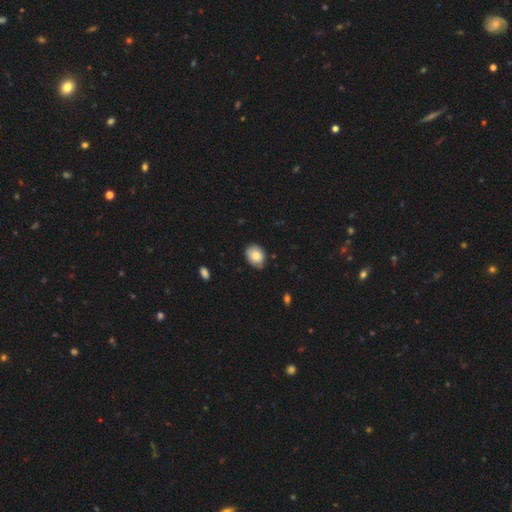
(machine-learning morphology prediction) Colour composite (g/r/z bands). It shows a smooth galaxy with no disk features (81%) that is in between round and cigar-shaped (63%). Merging: none (74%).